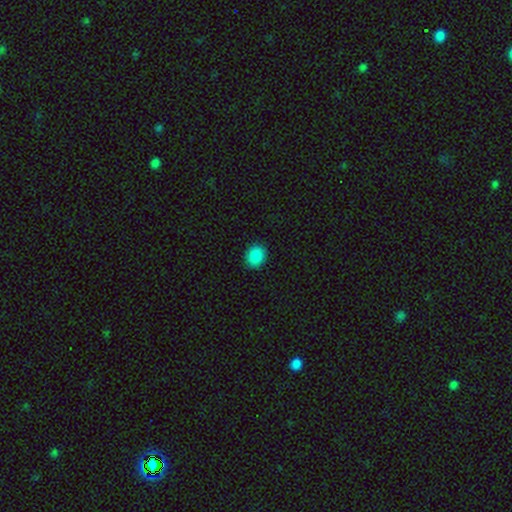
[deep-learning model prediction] Overall: smooth (88%). How rounded: round (61%; in between 38%). Merging: none (90%).